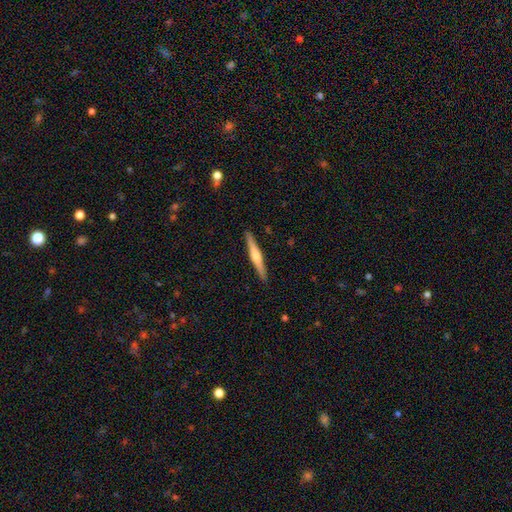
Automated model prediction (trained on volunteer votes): Smooth or featured?
  - featured or disk: 62% *
  - smooth: 33%
  - star or artifact: 5%
Edge-on disk?
  - yes: 98% *
  - no: 2%
Edge-on bulge?
  - rounded: 72% *
  - boxy: 17%
  - none: 11%
Merging?
  - none: 91% *
  - minor disturbance: 6%
  - major disturbance: 1%
  - merger: 1%